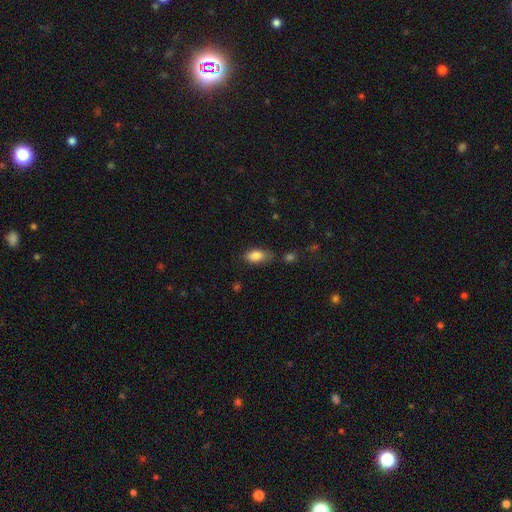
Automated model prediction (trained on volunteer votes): A smooth galaxy with no disk features (84%) that is in between round and cigar-shaped (89%). Merging: none (66%).